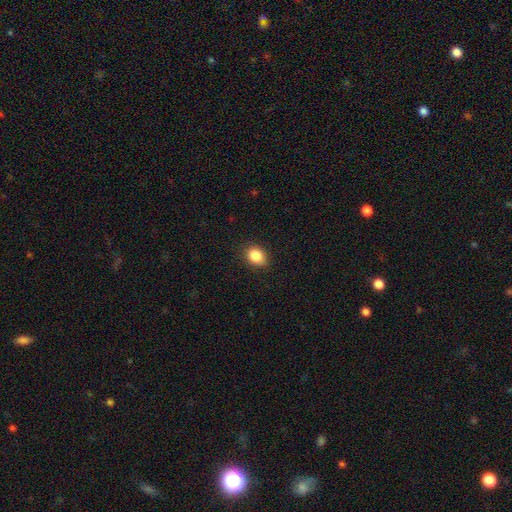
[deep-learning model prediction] smooth 87%, star or artifact 9%, featured or disk 4%. Down the decision tree: how rounded — in between (62%); merging — none (87%).